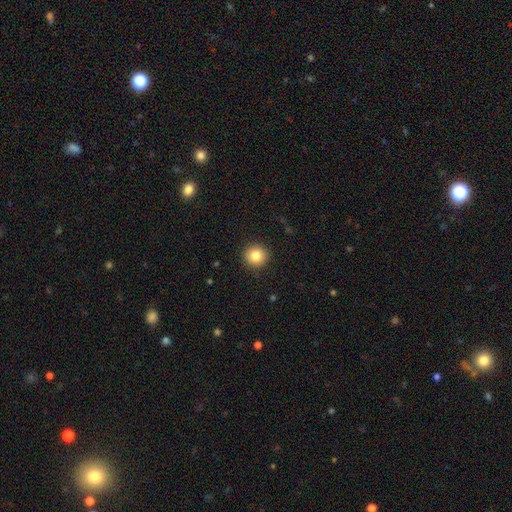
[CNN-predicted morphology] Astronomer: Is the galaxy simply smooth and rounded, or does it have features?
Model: smooth — 83%.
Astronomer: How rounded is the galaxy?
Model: round — 94%.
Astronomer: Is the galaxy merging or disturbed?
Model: none — 91%.